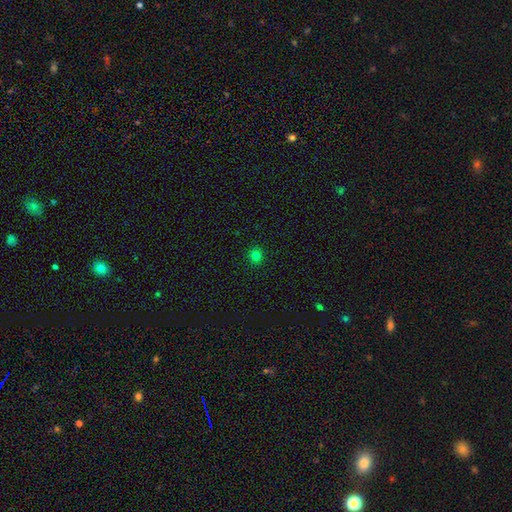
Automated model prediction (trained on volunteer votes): Smooth or featured: smooth — 79% (star or artifact — 17%)
How rounded: round — 84% (in between — 15%)
Merging: none — 91% (minor disturbance — 6%)